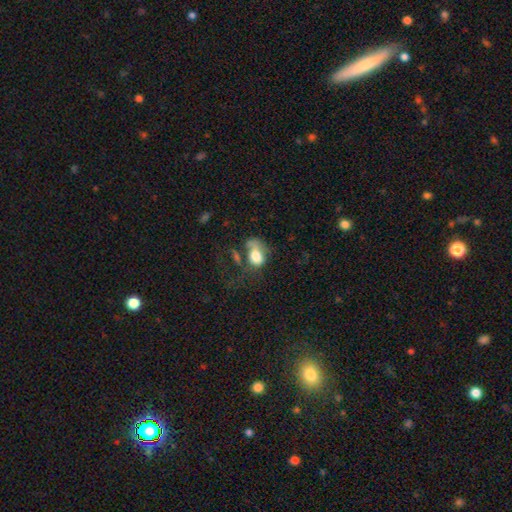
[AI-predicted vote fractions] Q: Smooth or featured?
A: smooth (67%); runner-up: featured or disk (23%)
Q: How rounded?
A: in between (71%); runner-up: round (27%)
Q: Merging?
A: major disturbance (42%); runner-up: none (23%)